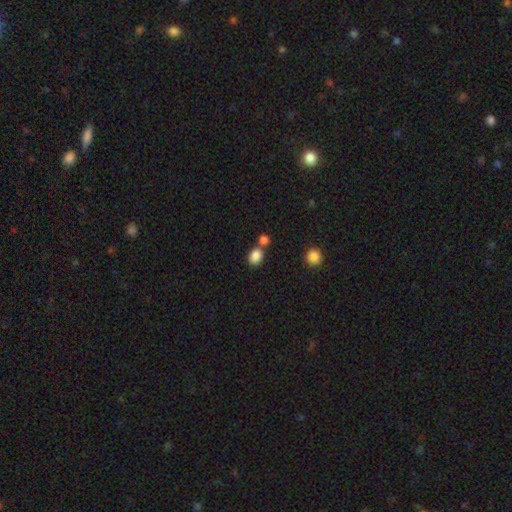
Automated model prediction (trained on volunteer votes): Overall: smooth (86%). How rounded: round (50%; in between 49%). Merging: none (58%; merger 30%).